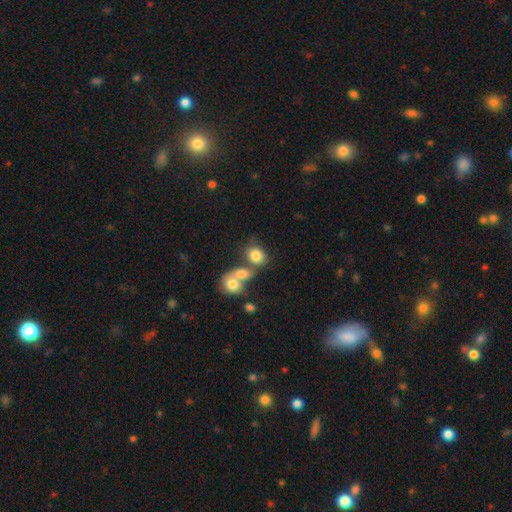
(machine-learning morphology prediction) A smooth galaxy with no disk features (79%) that is round (53%).

Vote fractions:
- Smooth or featured? smooth: 79% / featured or disk: 11% / star or artifact: 10%
- How rounded? round: 53% / in between: 46% / cigar-shaped: 1%
- Merging? merger: 44% / none: 39% / minor disturbance: 11% / major disturbance: 6%